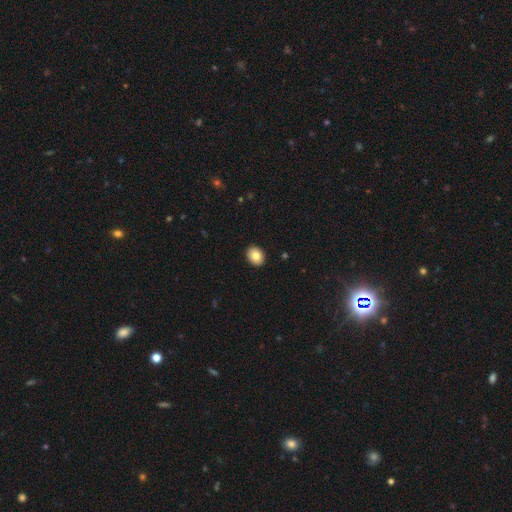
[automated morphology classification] type=smooth (81%); roundness=in between (54%); merging=none (92%).